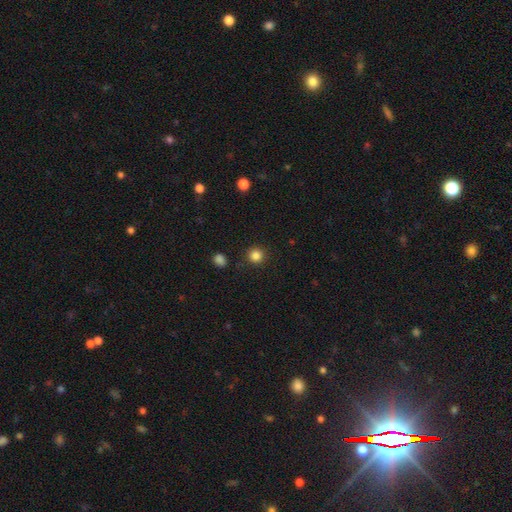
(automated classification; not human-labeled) Morphology: type=smooth (85%); roundness=round (94%); merging=none (89%).